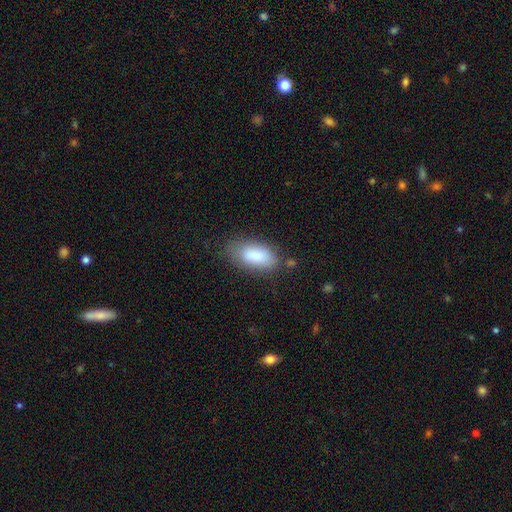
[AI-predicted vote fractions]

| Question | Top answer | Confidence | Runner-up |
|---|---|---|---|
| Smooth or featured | smooth | 86% | featured or disk (7%) |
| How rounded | in between | 90% | cigar-shaped (7%) |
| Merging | none | 68% | minor disturbance (21%) |